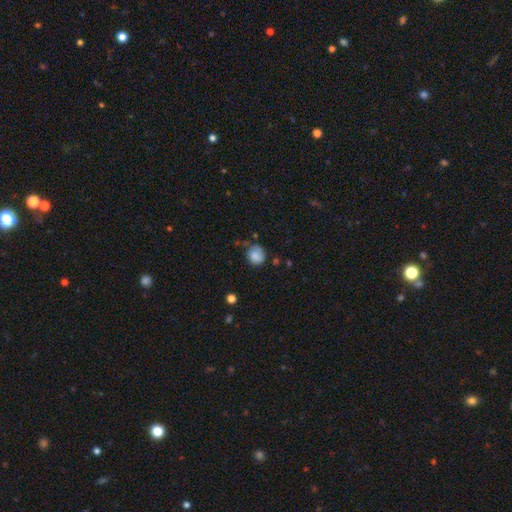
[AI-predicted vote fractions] This is clearly a smooth galaxy (83%). How rounded: likely round (79%). Merging: possibly none (60%).